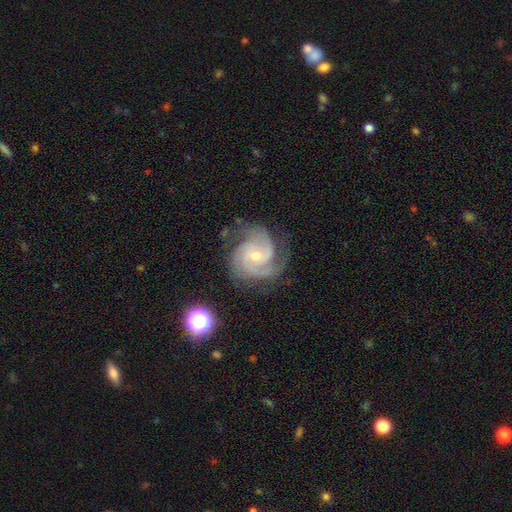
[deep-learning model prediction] The model was most divided on "bulge size": small: 56%, moderate: 41%, none: 1%, large: 1%, dominant: 1%. More confident: spiral arms — yes (98%); edge-on disk — no (98%); smooth or featured — featured or disk (91%); merging — none (73%); bar — no (59%); spiral winding — tight (56%); spiral arm count — 3 (55%).